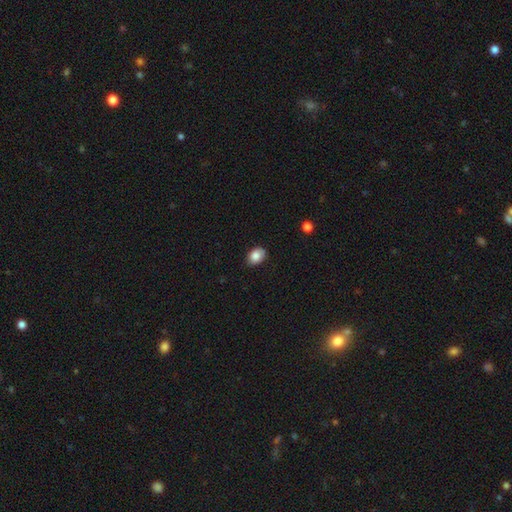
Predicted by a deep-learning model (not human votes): smooth_or_featured: smooth (p=0.85) [alt: star or artifact p=0.08]
how_rounded: in between (p=0.76) [alt: round p=0.23]
merging: none (p=0.83) [alt: minor disturbance p=0.14]